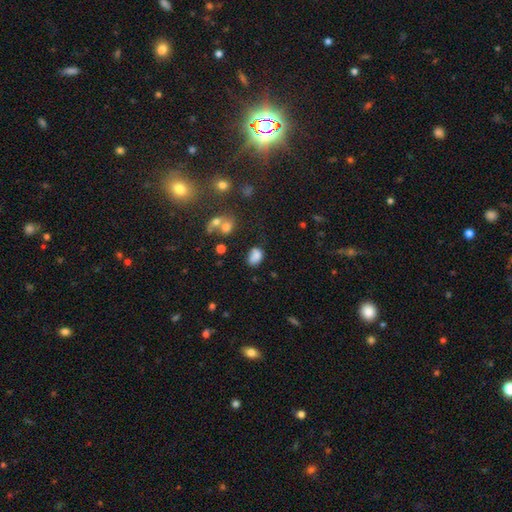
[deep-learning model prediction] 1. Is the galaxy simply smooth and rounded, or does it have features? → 80% smooth, 11% star or artifact, 9% featured or disk.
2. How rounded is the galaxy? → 76% in between, 23% round, 1% cigar-shaped.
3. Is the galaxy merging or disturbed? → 50% none, 28% minor disturbance, 12% merger, 10% major disturbance.